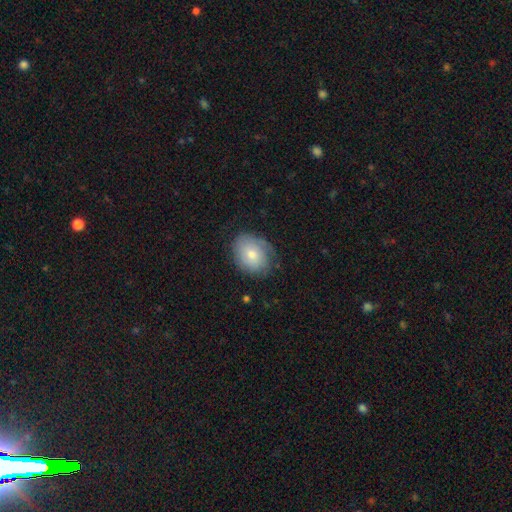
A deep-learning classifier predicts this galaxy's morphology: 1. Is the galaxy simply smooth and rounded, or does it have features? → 60% smooth, 32% featured or disk, 8% star or artifact.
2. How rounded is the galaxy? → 55% in between, 44% round, 1% cigar-shaped.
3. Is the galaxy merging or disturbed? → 70% none, 22% minor disturbance, 6% major disturbance, 1% merger.